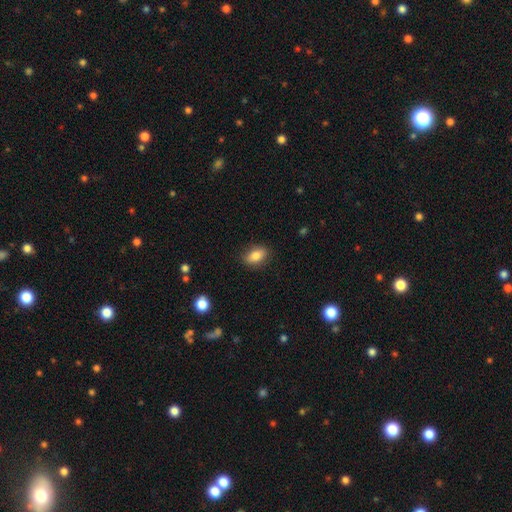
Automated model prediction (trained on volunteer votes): smooth-or-featured: smooth: 83% | featured or disk: 9% | star or artifact: 8%
  how-rounded: in between: 83% | round: 13% | cigar-shaped: 3%
  merging: none: 85% | minor disturbance: 11% | major disturbance: 2% | merger: 1%